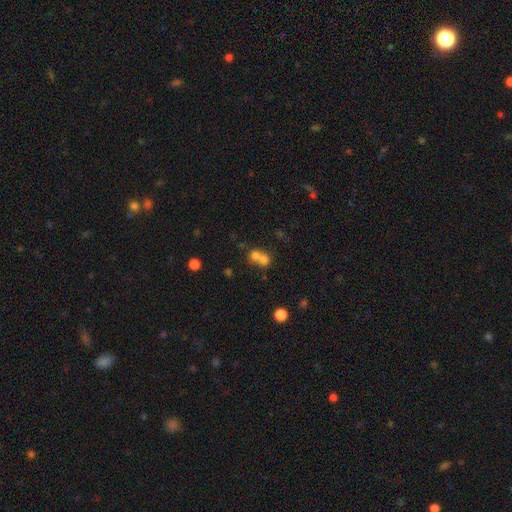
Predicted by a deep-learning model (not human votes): smooth_or_featured: smooth (p=0.69) [alt: featured or disk p=0.17]
how_rounded: round (p=0.78) [alt: in between p=0.21]
merging: merger (p=0.67) [alt: none p=0.26]